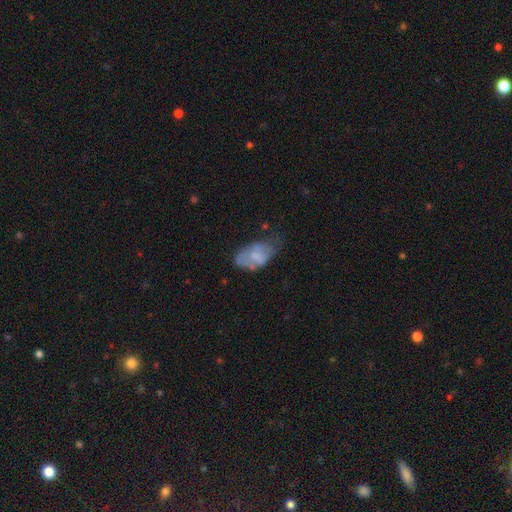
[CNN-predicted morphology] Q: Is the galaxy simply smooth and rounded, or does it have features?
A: smooth — 53%.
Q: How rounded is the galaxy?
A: in between — 92%.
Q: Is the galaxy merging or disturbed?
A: none — 36%.